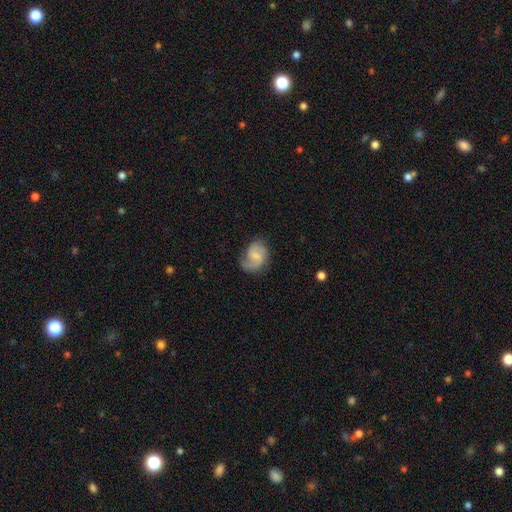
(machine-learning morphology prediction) featured or disk 69%, smooth 25%, star or artifact 7%. Down the decision tree: edge-on disk — no (98%); bar — no (47%); spiral arms — yes (94%); spiral arm count — 2 (67%); spiral winding — medium (47%); bulge size — small (43%); merging — none (63%).